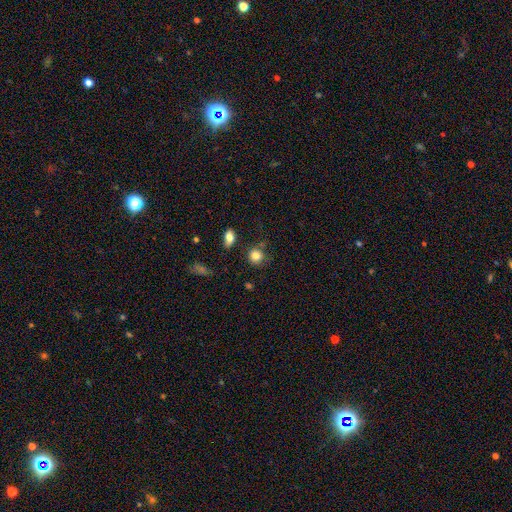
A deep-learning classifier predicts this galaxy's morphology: type=smooth (83%); roundness=round (86%); merging=none (76%).